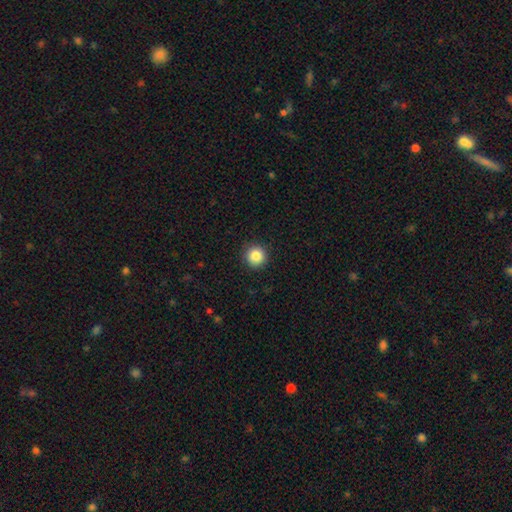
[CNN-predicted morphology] Smooth or featured? Predicted: smooth (p=0.86). How rounded? Predicted: round (p=0.95). Merging? Predicted: none (p=0.92).